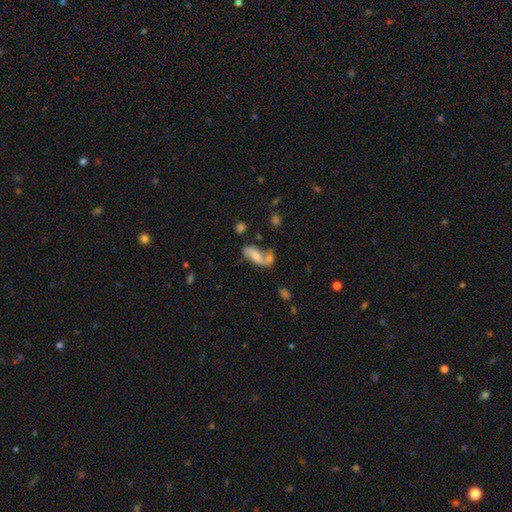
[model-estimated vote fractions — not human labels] Morphology: type=smooth (48%); merging=merger (40%).